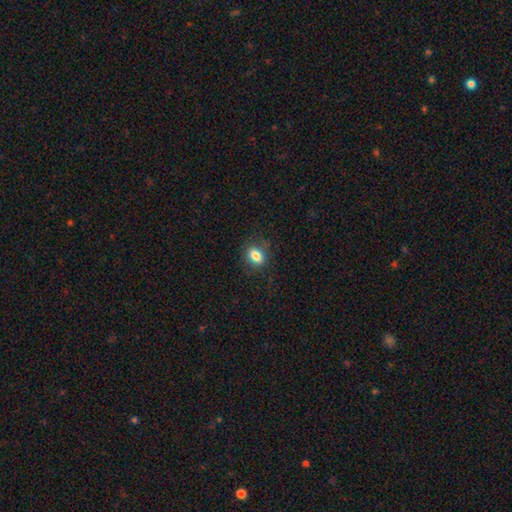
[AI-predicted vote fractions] Smooth or featured? smooth (83%)
How rounded? in between (74%)
Merging? none (82%)